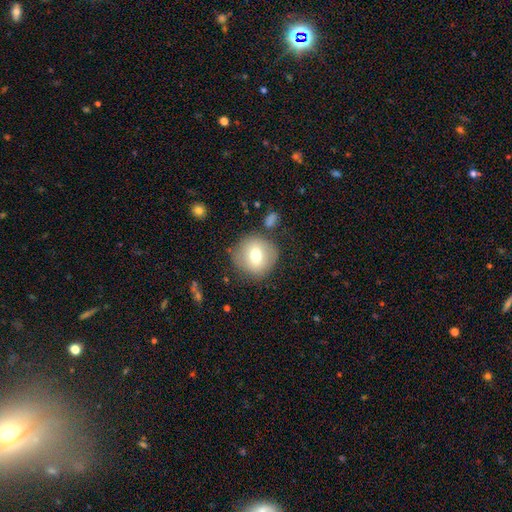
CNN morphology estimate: type=smooth (69%); roundness=round (93%); merging=none (79%).